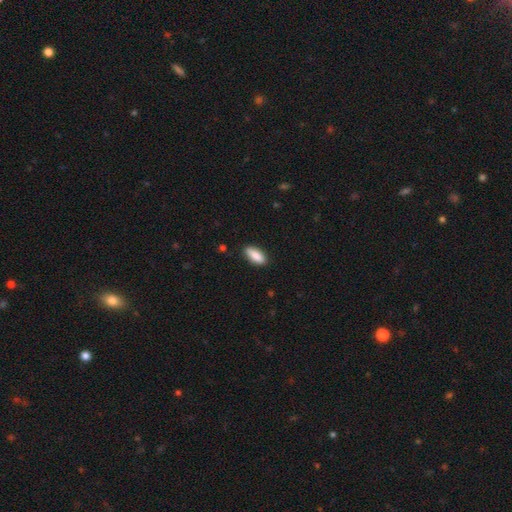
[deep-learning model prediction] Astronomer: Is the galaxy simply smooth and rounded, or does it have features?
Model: smooth — 87%.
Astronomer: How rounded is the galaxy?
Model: in between — 81%.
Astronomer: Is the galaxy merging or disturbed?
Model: none — 86%.